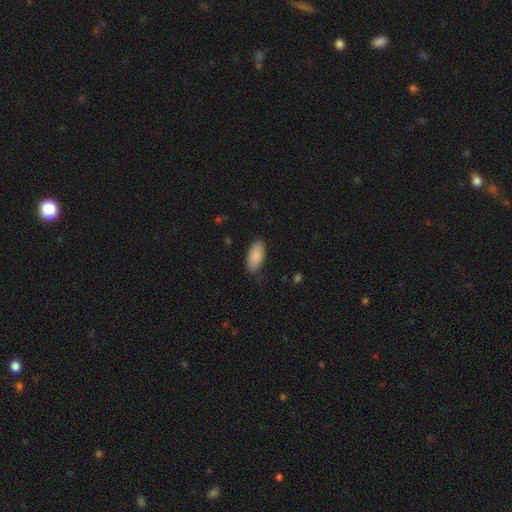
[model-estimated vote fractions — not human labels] smooth 88%, star or artifact 6%, featured or disk 5%. Down the decision tree: how rounded — in between (91%); merging — none (82%).